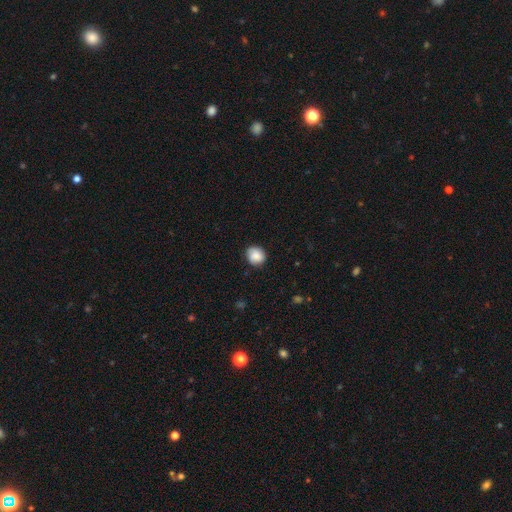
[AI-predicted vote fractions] This appears to be a smooth galaxy with no disk features (82%) that is round (80%). Merging: none (80%).